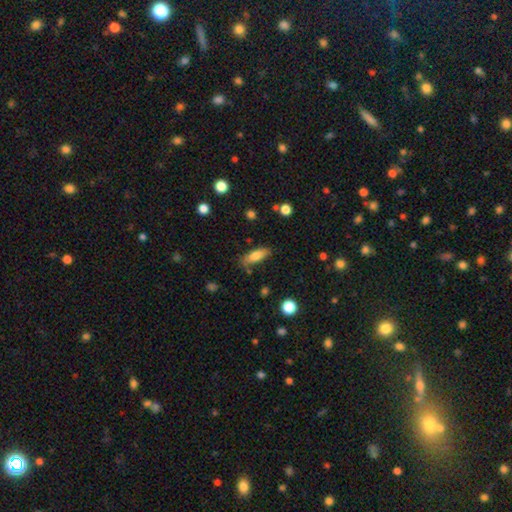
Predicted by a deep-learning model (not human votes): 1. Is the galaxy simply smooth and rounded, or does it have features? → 75% smooth, 17% featured or disk, 7% star or artifact.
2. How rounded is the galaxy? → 67% in between, 30% cigar-shaped, 3% round.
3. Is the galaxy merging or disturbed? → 70% none, 20% minor disturbance, 5% major disturbance, 5% merger.